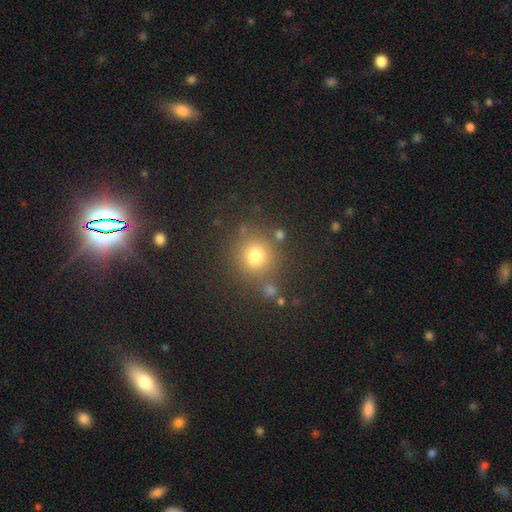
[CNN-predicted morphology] The model was most divided on "smooth or featured": smooth: 73%, star or artifact: 18%, featured or disk: 9%. More confident: how rounded — round (88%); merging — none (77%).